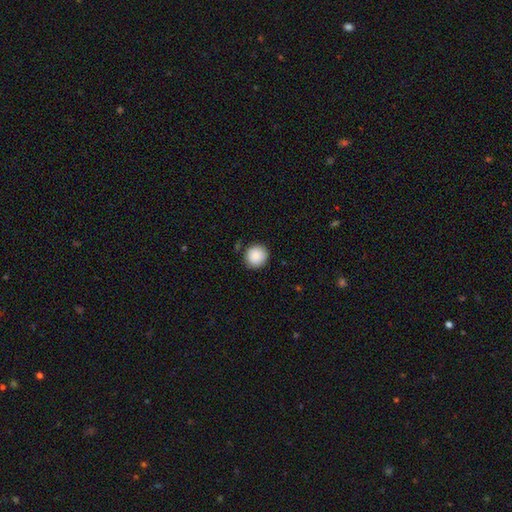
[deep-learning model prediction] Smooth or featured?
  - smooth: 88% *
  - star or artifact: 8%
  - featured or disk: 3%
How rounded?
  - round: 93% *
  - in between: 6%
  - cigar-shaped: 1%
Merging?
  - none: 88% *
  - minor disturbance: 8%
  - major disturbance: 2%
  - merger: 2%